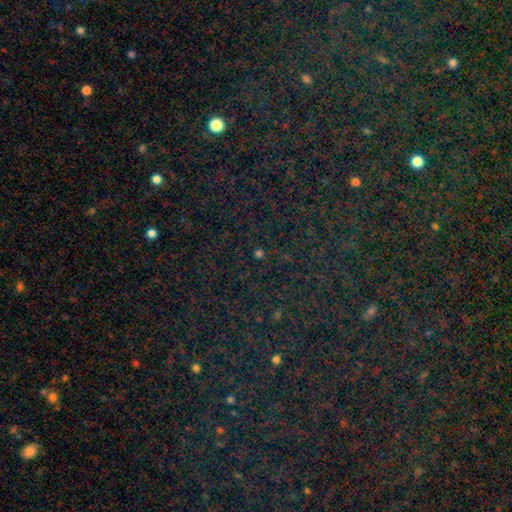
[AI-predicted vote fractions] A star or artifact, not a galaxy (83%).